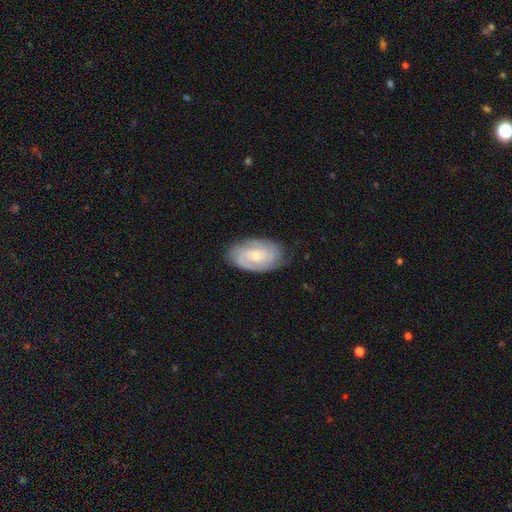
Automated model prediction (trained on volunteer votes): Overall: featured or disk (79%). Edge-on disk: no (97%). Bar: no (62%; weak 32%). Spiral arms: yes (95%). Spiral arm count: 2 (50%; can't tell 20%). Spiral winding: tight (61%; medium 32%). Bulge size: small (57%; moderate 39%). Merging: none (78%).